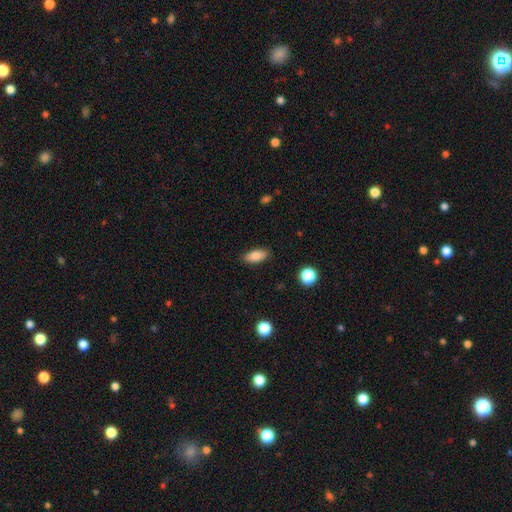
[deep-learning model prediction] This appears to be a smooth galaxy with no disk features (81%) that is in between round and cigar-shaped (85%). Merging: none (87%).